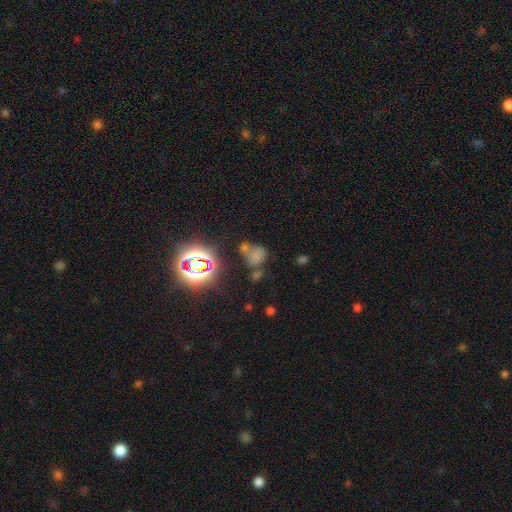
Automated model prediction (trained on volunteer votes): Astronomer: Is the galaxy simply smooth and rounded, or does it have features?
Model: smooth — 57% (runner-up: star or artifact, 32%).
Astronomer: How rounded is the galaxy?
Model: round — 53% (runner-up: in between, 45%).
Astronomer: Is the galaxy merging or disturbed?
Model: none — 40% (runner-up: merger, 36%).